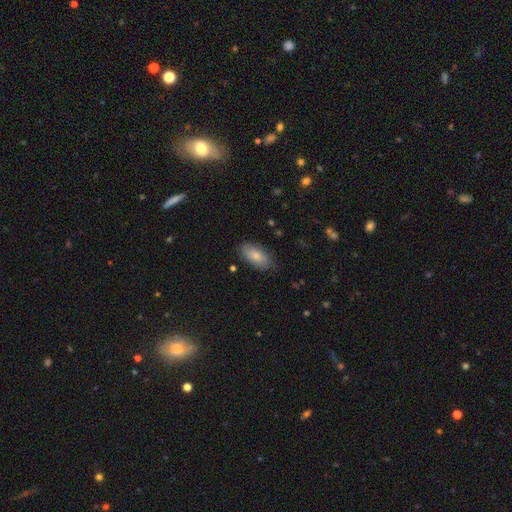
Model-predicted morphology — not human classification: Q: Smooth or featured?
A: smooth (78%); runner-up: featured or disk (16%)
Q: How rounded?
A: in between (92%); runner-up: cigar-shaped (5%)
Q: Merging?
A: none (81%); runner-up: minor disturbance (15%)